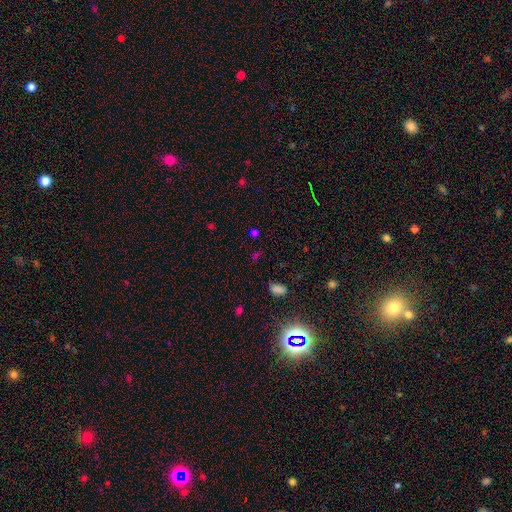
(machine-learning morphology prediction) A smooth galaxy with no disk features (50%) that is in between round and cigar-shaped (59%). Merging: none (74%).